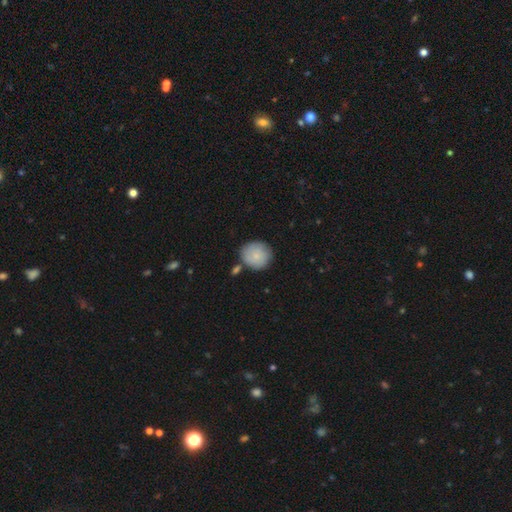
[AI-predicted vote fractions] A smooth galaxy with no disk features (82%) that is round (88%). Merging: none (71%).